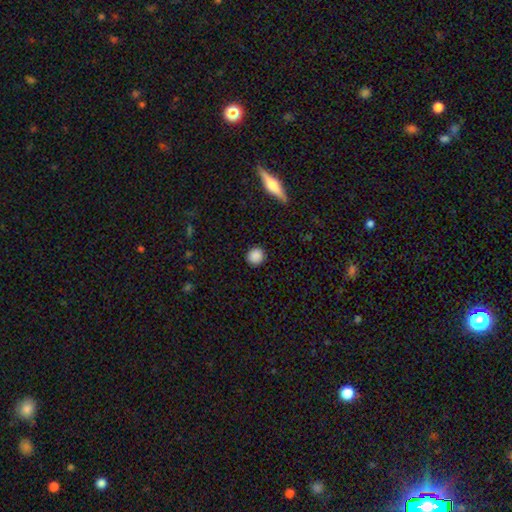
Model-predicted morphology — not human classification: smooth-or-featured: smooth: 88% | star or artifact: 8% | featured or disk: 3%
  how-rounded: round: 90% | in between: 9% | cigar-shaped: 1%
  merging: none: 90% | minor disturbance: 7% | major disturbance: 2% | merger: 1%